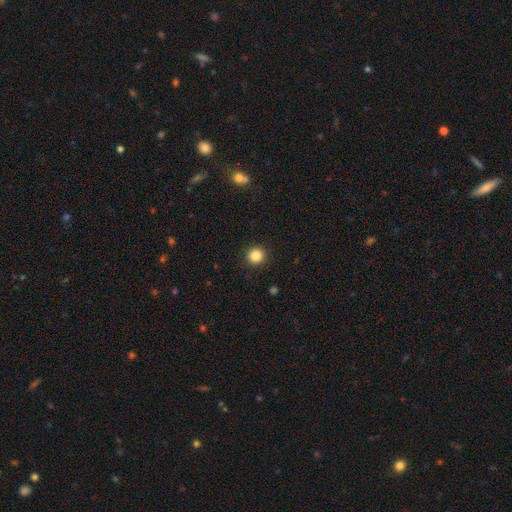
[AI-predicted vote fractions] Smooth or featured? smooth (86%)
How rounded? round (94%)
Merging? none (92%)